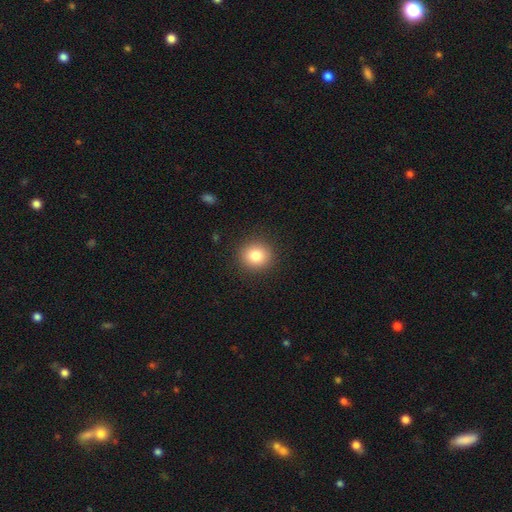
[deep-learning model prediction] Smooth or featured?
  - smooth: 82% *
  - star or artifact: 10%
  - featured or disk: 8%
How rounded?
  - round: 85% *
  - in between: 14%
  - cigar-shaped: 1%
Merging?
  - none: 90% *
  - minor disturbance: 6%
  - major disturbance: 2%
  - merger: 1%